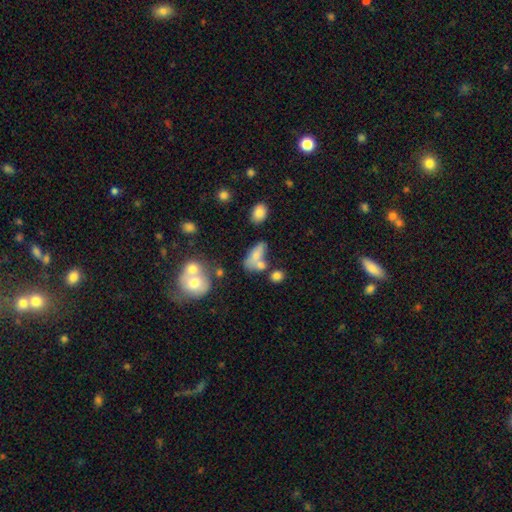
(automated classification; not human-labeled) This appears to be a smooth galaxy with no disk features (68%) that is in between round and cigar-shaped (78%). Merging: merger (39%).